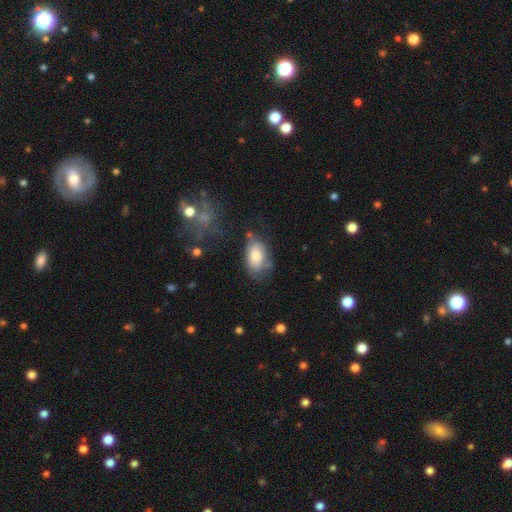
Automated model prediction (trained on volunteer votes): Q: Smooth or featured?
A: smooth (77%); runner-up: featured or disk (16%)
Q: How rounded?
A: in between (92%); runner-up: round (7%)
Q: Merging?
A: none (57%); runner-up: minor disturbance (26%)